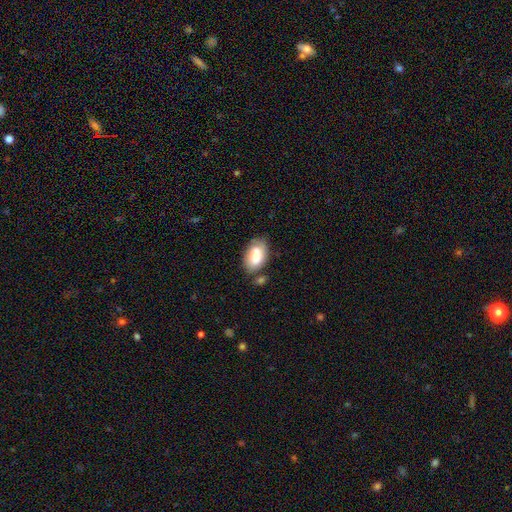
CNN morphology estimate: type=smooth (81%); roundness=in between (94%); merging=none (63%).